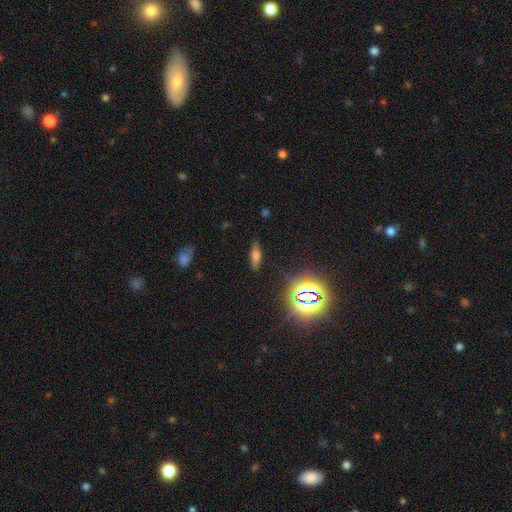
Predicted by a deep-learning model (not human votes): A smooth galaxy with no disk features (60%) that is in between round and cigar-shaped (51%).

Vote fractions:
- Smooth or featured? smooth: 60% / star or artifact: 21% / featured or disk: 19%
- How rounded? in between: 51% / cigar-shaped: 45% / round: 4%
- Merging? none: 82% / minor disturbance: 12% / major disturbance: 4% / merger: 2%